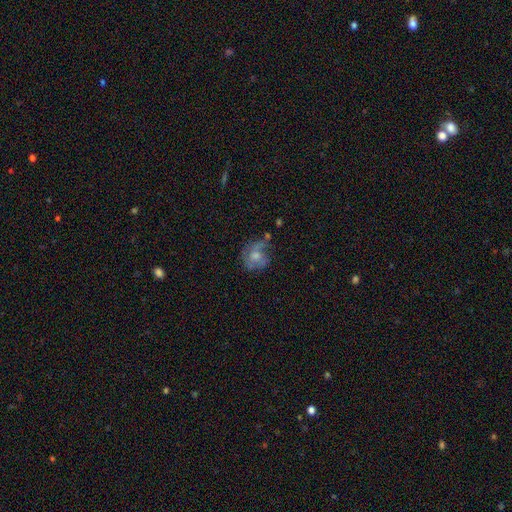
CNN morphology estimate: featured or disk 48%, smooth 43%, star or artifact 9%. Down the decision tree: merging — none (41%).